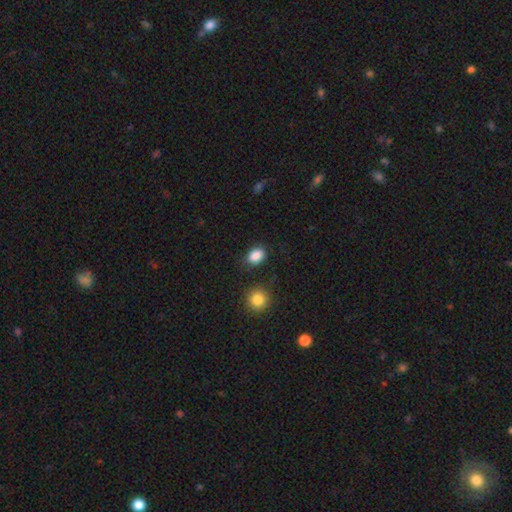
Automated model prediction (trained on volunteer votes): Morphology: type=smooth (87%); roundness=in between (71%); merging=none (79%).